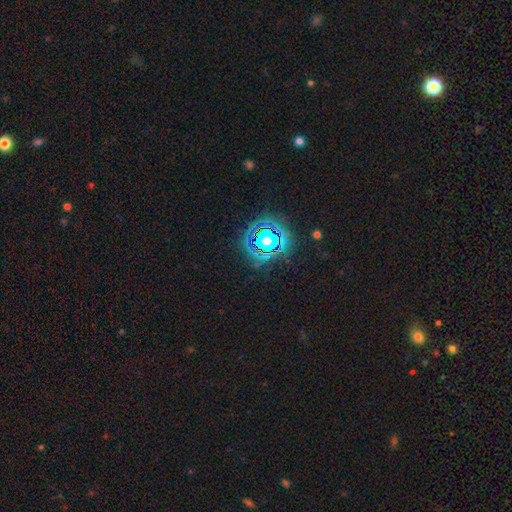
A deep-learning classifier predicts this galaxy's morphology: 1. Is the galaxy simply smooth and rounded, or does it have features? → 81% star or artifact, 12% smooth, 7% featured or disk.